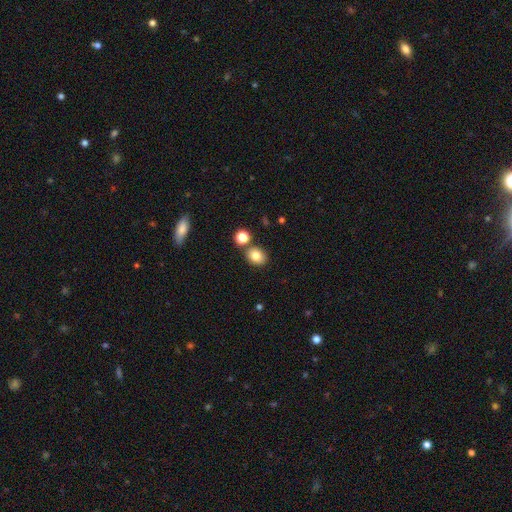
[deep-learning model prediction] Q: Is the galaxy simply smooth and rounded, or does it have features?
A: smooth — 81%.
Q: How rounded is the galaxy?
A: round — 52%.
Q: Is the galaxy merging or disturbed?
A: none — 76%.